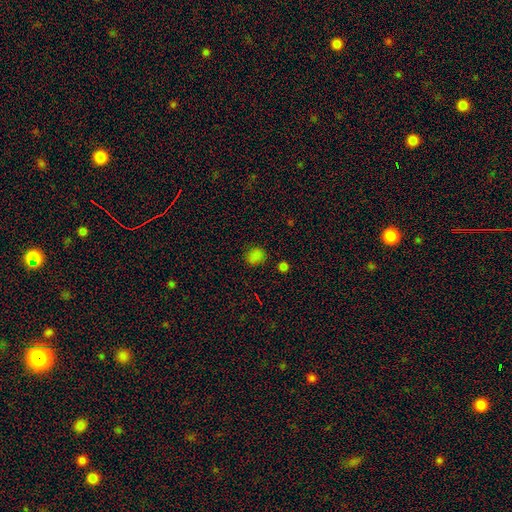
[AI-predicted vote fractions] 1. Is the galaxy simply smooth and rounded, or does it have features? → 79% smooth, 18% star or artifact, 4% featured or disk.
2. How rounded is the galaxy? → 73% round, 26% in between, 1% cigar-shaped.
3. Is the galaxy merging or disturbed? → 83% none, 11% minor disturbance, 3% major disturbance, 3% merger.